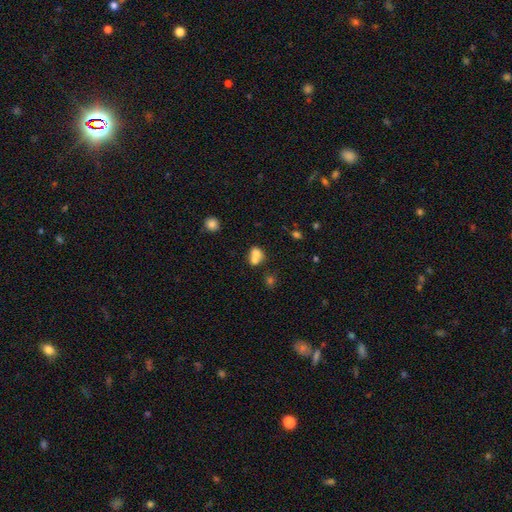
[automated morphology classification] smooth 70%, featured or disk 19%, star or artifact 12%. Down the decision tree: how rounded — round (56%); merging — merger (64%).